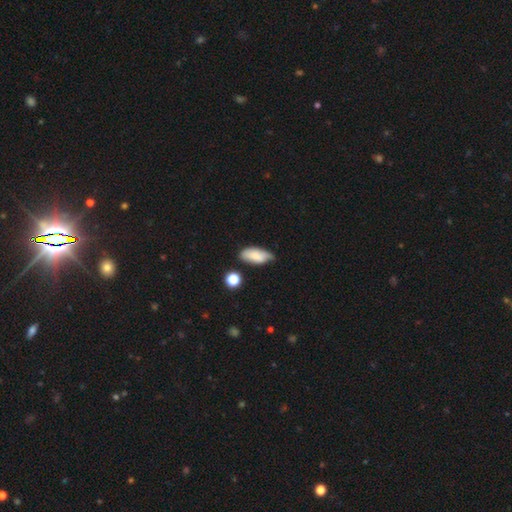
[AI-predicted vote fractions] This is likely a smooth galaxy (77%). How rounded: clearly in between (86%). Merging: possibly none (48%).